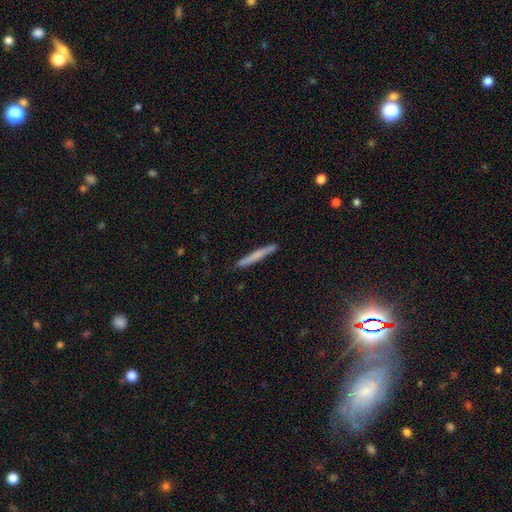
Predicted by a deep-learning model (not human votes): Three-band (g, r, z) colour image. It shows a smooth galaxy with no disk features (59%) that is cigar-shaped (96%). Merging: none (88%).